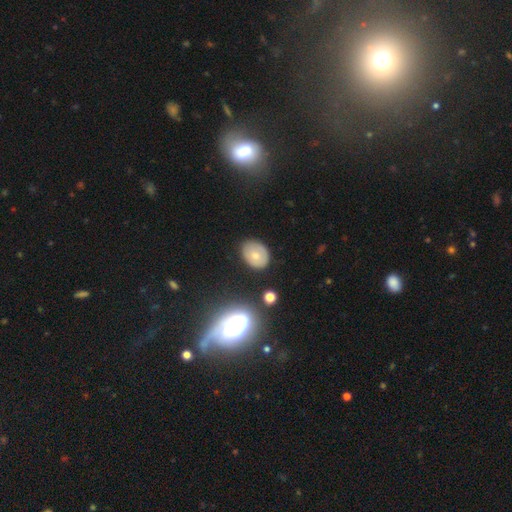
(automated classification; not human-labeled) Smooth or featured? Predicted: smooth (p=0.64). How rounded? Predicted: in between (p=0.62). Merging? Predicted: none (p=0.75).